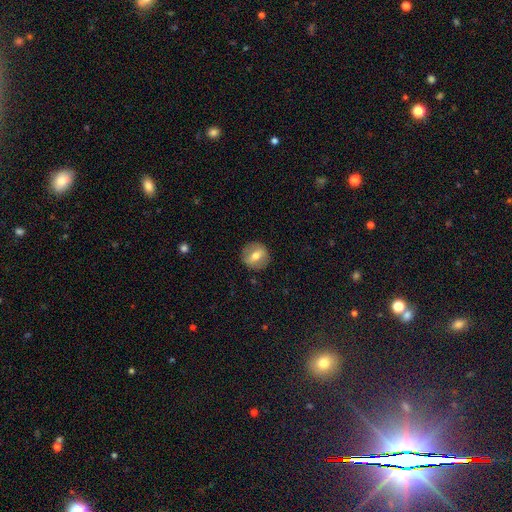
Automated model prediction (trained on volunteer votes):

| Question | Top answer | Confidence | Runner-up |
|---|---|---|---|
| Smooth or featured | smooth | 52% | featured or disk (40%) |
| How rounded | round | 82% | in between (16%) |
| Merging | none | 87% | minor disturbance (9%) |